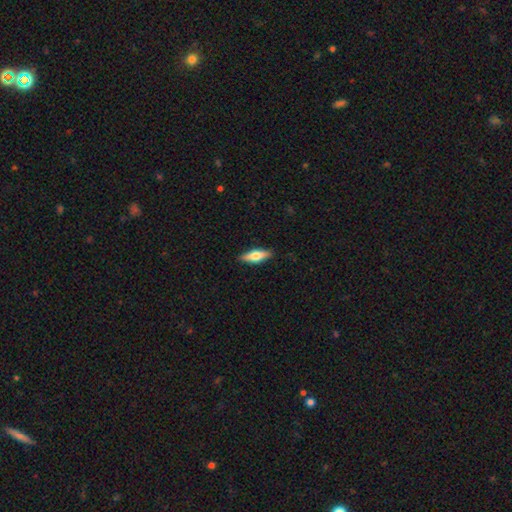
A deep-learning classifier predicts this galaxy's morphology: This appears to be a smooth galaxy with no disk features (53%) that is in between round and cigar-shaped (53%). Merging: none (89%).